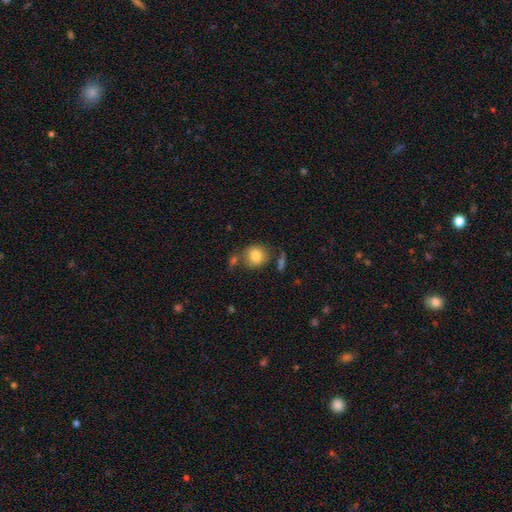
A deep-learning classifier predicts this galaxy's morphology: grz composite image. It shows a smooth galaxy with no disk features (82%) that is round (85%). Merging: none (68%).